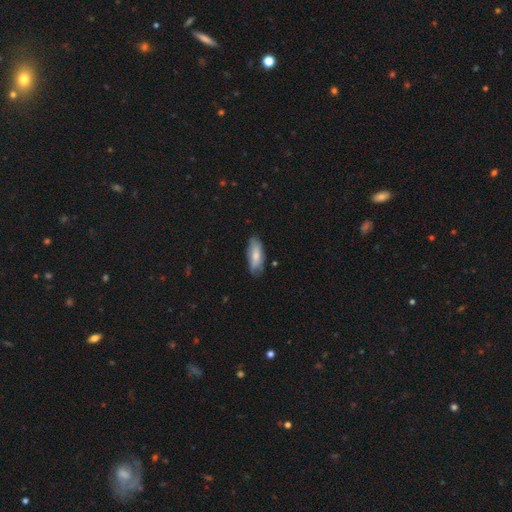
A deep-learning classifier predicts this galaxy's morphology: smooth-or-featured: smooth: 70% | featured or disk: 24% | star or artifact: 6%
  how-rounded: in between: 75% | cigar-shaped: 23% | round: 2%
  merging: none: 69% | minor disturbance: 25% | major disturbance: 5% | merger: 2%